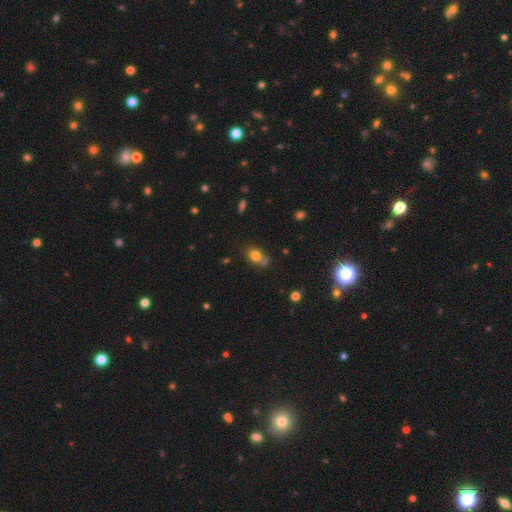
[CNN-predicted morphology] smooth 78%, star or artifact 12%, featured or disk 10%. Down the decision tree: how rounded — in between (62%); merging — none (55%).